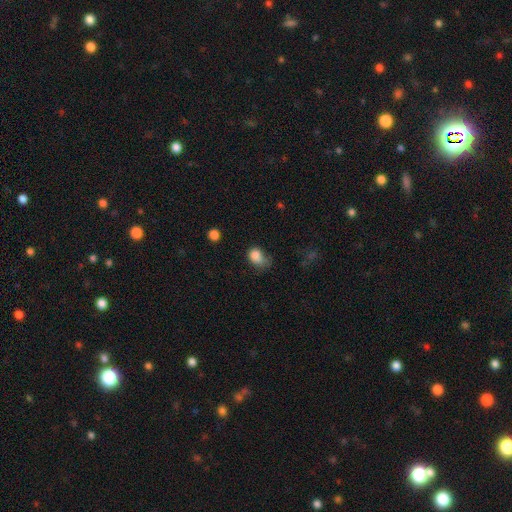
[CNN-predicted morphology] Smooth or featured?
  - smooth: 82% *
  - star or artifact: 10%
  - featured or disk: 8%
How rounded?
  - in between: 61% *
  - round: 37%
  - cigar-shaped: 1%
Merging?
  - minor disturbance: 36% *
  - none: 33%
  - major disturbance: 25%
  - merger: 6%